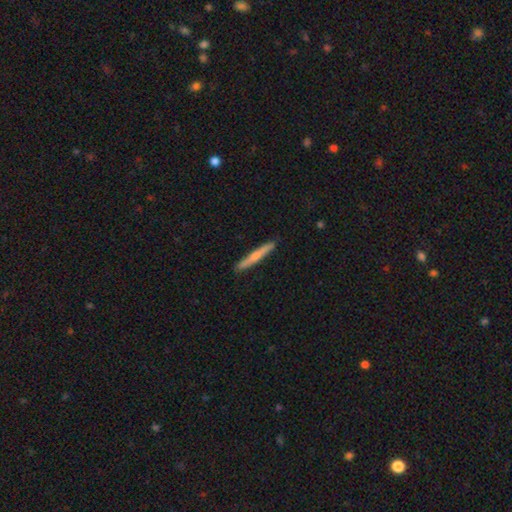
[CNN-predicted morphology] Smooth or featured: smooth — 53% (featured or disk — 42%)
How rounded: cigar-shaped — 96% (in between — 3%)
Merging: none — 89% (minor disturbance — 8%)